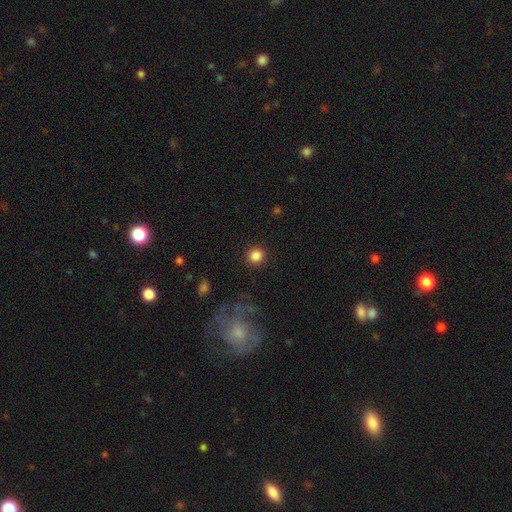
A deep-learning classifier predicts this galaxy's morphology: type=smooth (85%); roundness=round (93%); merging=none (91%).